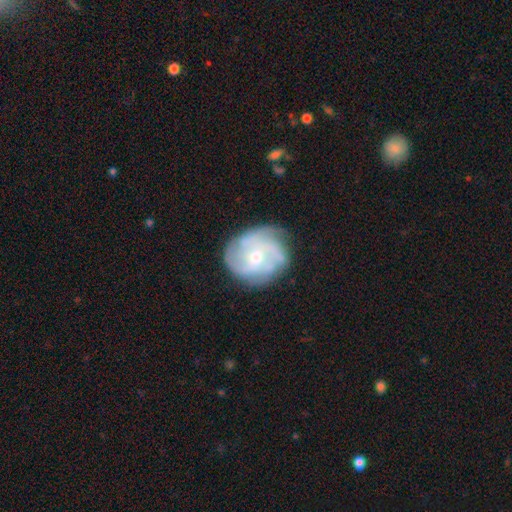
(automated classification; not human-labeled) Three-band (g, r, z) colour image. It shows a featured or disk galaxy (79%) with no bar (63%), 3 (35%) tight (45%) spiral arms (93%) and a small central bulge (52%). Merging: none (73%).